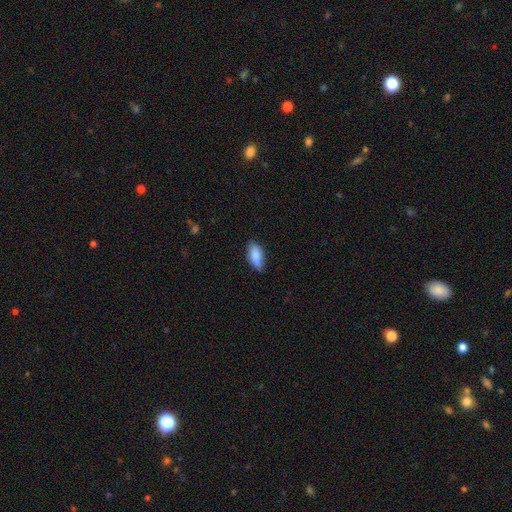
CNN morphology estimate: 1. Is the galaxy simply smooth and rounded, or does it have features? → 83% smooth, 11% featured or disk, 6% star or artifact.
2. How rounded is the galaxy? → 86% in between, 11% cigar-shaped, 2% round.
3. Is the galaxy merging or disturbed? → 75% none, 21% minor disturbance, 3% major disturbance, 1% merger.